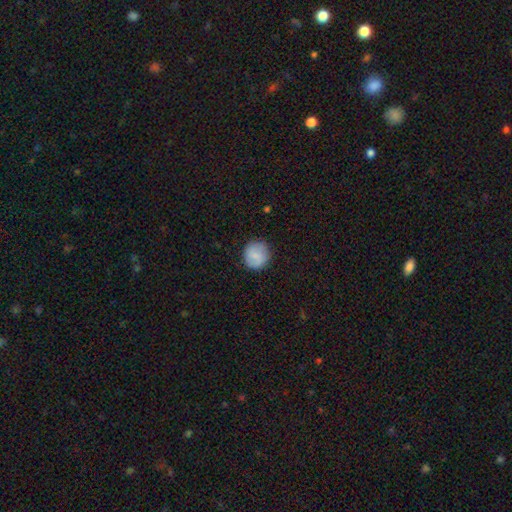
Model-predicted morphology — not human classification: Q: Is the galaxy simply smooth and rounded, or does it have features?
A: smooth — 75%.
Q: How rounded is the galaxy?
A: round — 92%.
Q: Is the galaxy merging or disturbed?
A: none — 85%.